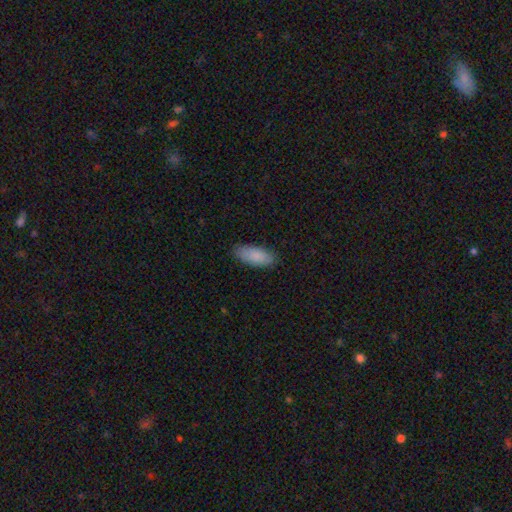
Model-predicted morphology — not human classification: Q: Smooth or featured?
A: smooth (88%); runner-up: featured or disk (7%)
Q: How rounded?
A: in between (85%); runner-up: cigar-shaped (14%)
Q: Merging?
A: none (85%); runner-up: minor disturbance (12%)